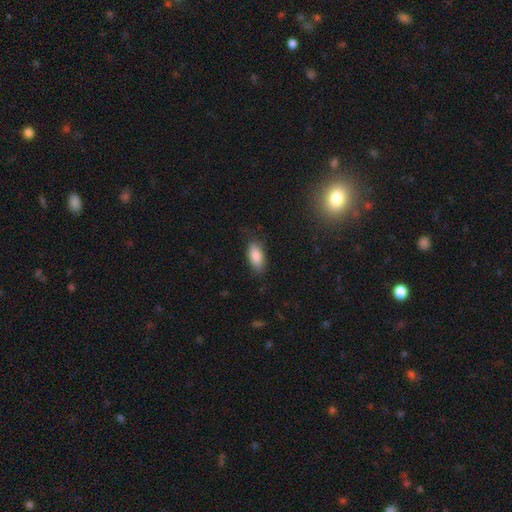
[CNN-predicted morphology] This is clearly a smooth galaxy (85%). How rounded: clearly in between (86%). Merging: likely none (75%).